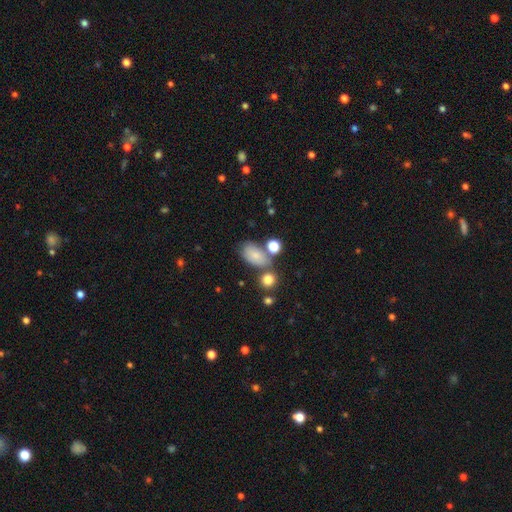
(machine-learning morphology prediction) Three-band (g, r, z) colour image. It shows a smooth galaxy with no disk features (77%) that is in between round and cigar-shaped (87%). Merging: none (56%).